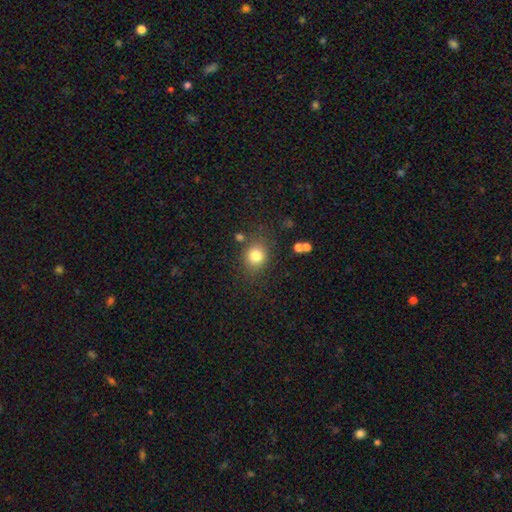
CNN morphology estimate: Smooth or featured: smooth — 81% (star or artifact — 12%)
How rounded: round — 70% (in between — 29%)
Merging: none — 78% (minor disturbance — 12%)